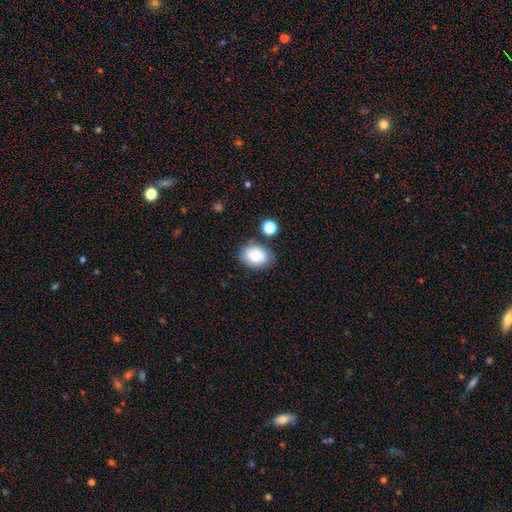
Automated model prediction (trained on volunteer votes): The model was most divided on "how rounded": in between: 69%, round: 29%, cigar-shaped: 1%. More confident: smooth or featured — smooth (81%); merging — none (76%).